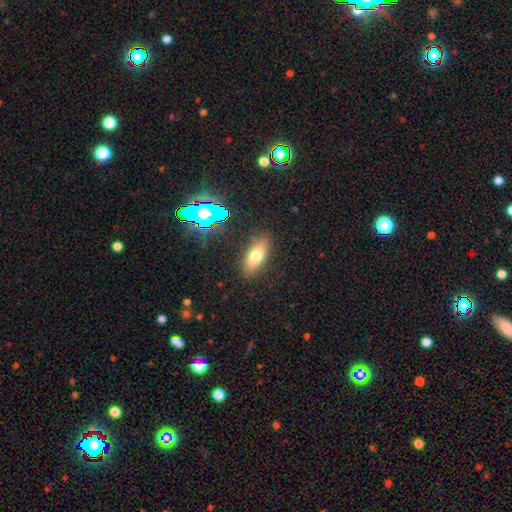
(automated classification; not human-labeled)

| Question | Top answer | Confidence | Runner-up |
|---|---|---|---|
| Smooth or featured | smooth | 69% | featured or disk (19%) |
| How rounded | in between | 73% | cigar-shaped (23%) |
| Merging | none | 85% | minor disturbance (10%) |